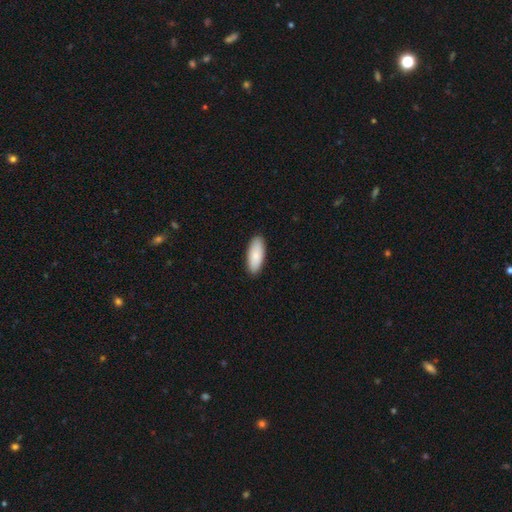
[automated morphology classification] Smooth or featured? Predicted: smooth (p=0.86). How rounded? Predicted: in between (p=0.81). Merging? Predicted: none (p=0.90).